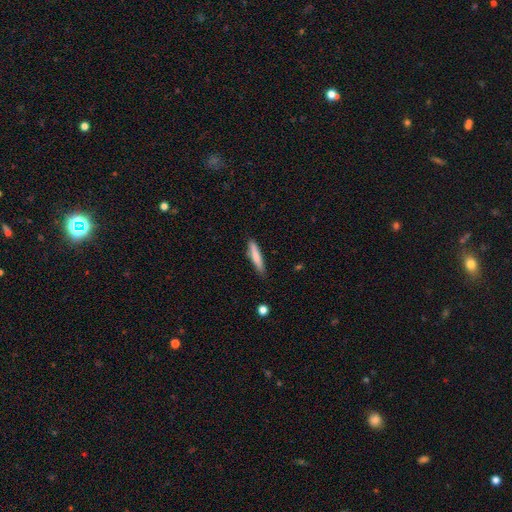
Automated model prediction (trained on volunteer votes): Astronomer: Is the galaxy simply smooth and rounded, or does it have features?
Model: smooth — 74%.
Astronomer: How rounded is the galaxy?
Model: cigar-shaped — 89%.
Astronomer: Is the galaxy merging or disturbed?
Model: none — 83%.